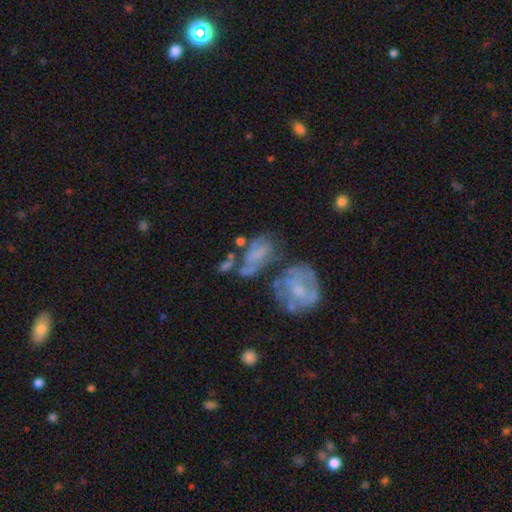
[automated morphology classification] Q: Smooth or featured?
A: featured or disk (52%); runner-up: smooth (35%)
Q: Edge-on disk?
A: no (94%); runner-up: yes (6%)
Q: Merging?
A: none (32%); runner-up: merger (27%)